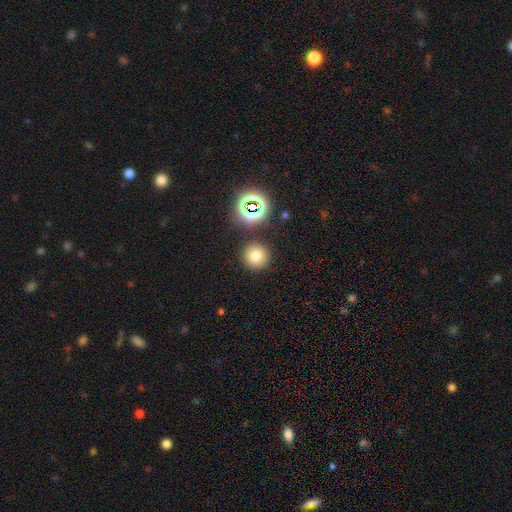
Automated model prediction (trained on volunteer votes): Smooth or featured?
  - smooth: 72% *
  - star or artifact: 18%
  - featured or disk: 9%
How rounded?
  - round: 93% *
  - in between: 6%
  - cigar-shaped: 1%
Merging?
  - none: 86% *
  - minor disturbance: 7%
  - merger: 4%
  - major disturbance: 3%